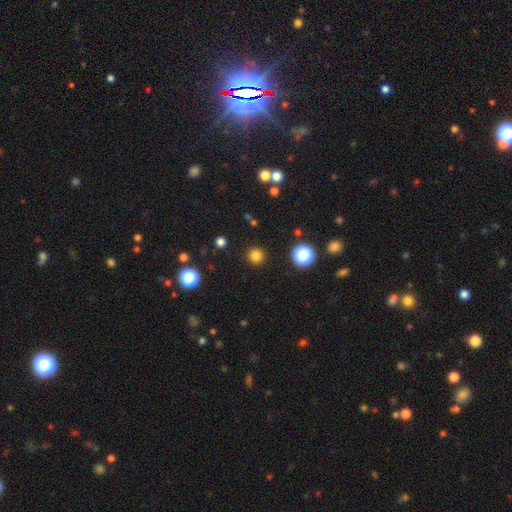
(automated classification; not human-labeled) A smooth galaxy with no disk features (81%) that is round (95%).

Vote fractions:
- Smooth or featured? smooth: 81% / star or artifact: 15% / featured or disk: 4%
- How rounded? round: 95% / in between: 4% / cigar-shaped: 1%
- Merging? none: 91% / minor disturbance: 5% / major disturbance: 2% / merger: 1%